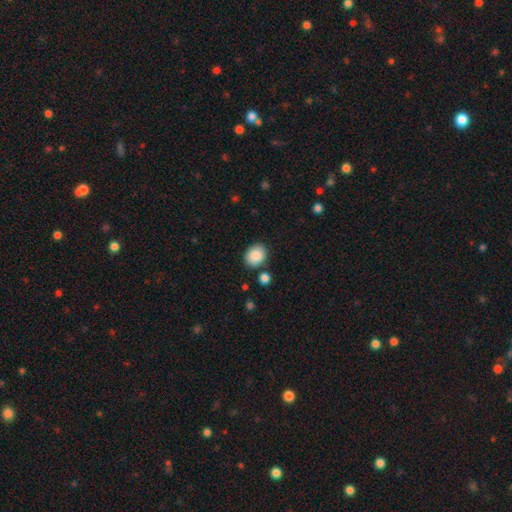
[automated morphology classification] Q: Smooth or featured?
A: smooth (87%); runner-up: star or artifact (8%)
Q: How rounded?
A: round (52%); runner-up: in between (47%)
Q: Merging?
A: none (82%); runner-up: minor disturbance (10%)